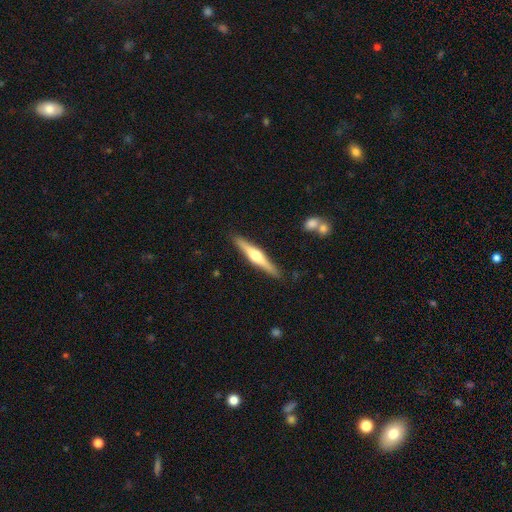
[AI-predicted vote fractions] Q: Smooth or featured?
A: featured or disk (67%); runner-up: smooth (28%)
Q: Edge-on disk?
A: yes (97%); runner-up: no (3%)
Q: Edge-on bulge?
A: rounded (92%); runner-up: boxy (5%)
Q: Merging?
A: none (89%); runner-up: minor disturbance (8%)